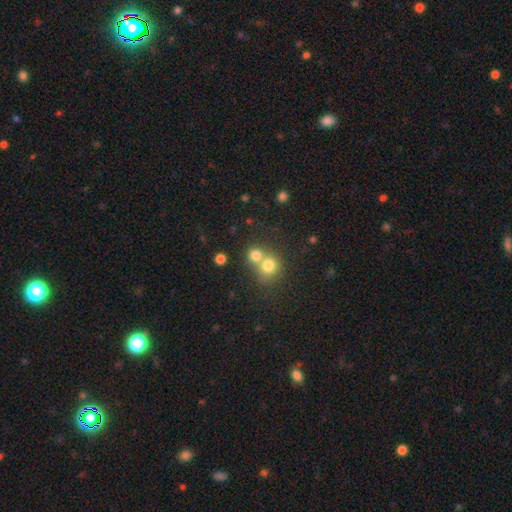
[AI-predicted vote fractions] Smooth or featured? Predicted: smooth (p=0.76). How rounded? Predicted: round (p=0.80). Merging? Predicted: merger (p=0.56).